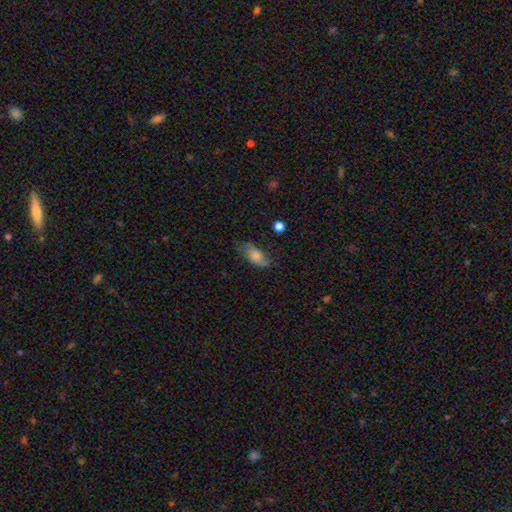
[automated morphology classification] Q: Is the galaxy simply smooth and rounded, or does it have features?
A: smooth — 59%.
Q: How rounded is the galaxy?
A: in between — 82%.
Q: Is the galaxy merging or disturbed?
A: none — 66%.